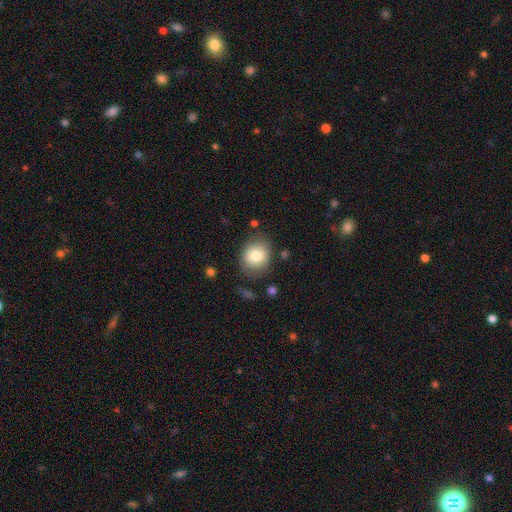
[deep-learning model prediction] Smooth or featured: smooth — 78% (featured or disk — 13%)
How rounded: round — 67% (in between — 32%)
Merging: none — 79% (minor disturbance — 14%)